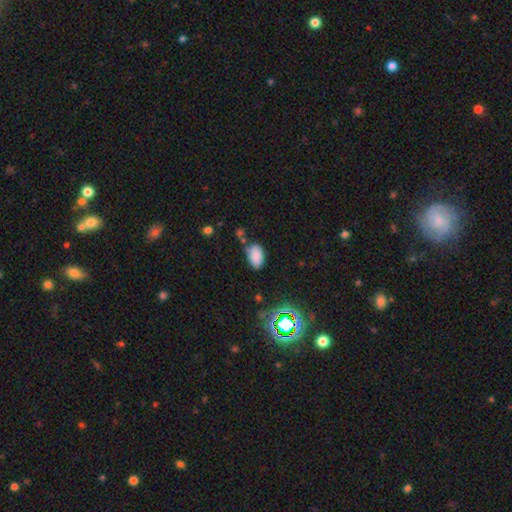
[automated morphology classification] smooth_or_featured: smooth (p=0.83) [alt: star or artifact p=0.11]
how_rounded: in between (p=0.91) [alt: round p=0.07]
merging: none (p=0.61) [alt: minor disturbance p=0.24]